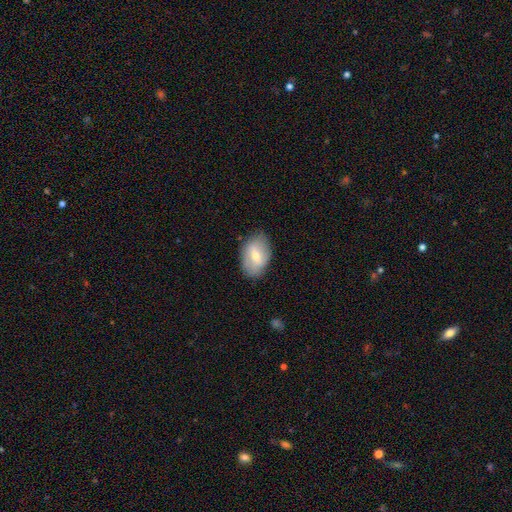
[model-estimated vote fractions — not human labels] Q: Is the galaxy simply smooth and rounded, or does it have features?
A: smooth — 50%.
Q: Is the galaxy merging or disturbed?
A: none — 81%.